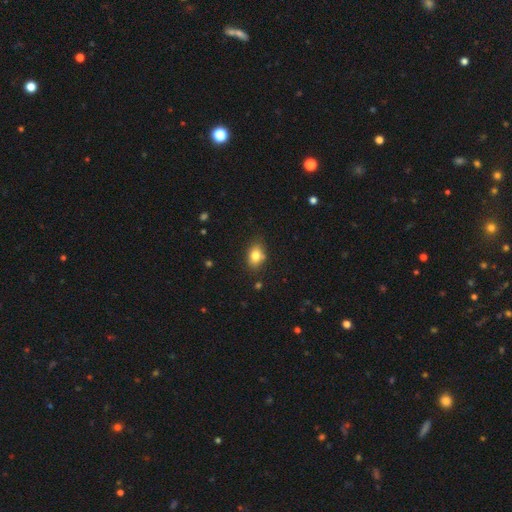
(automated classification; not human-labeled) This appears to be a smooth galaxy with no disk features (80%) that is in between round and cigar-shaped (73%). Merging: none (78%).